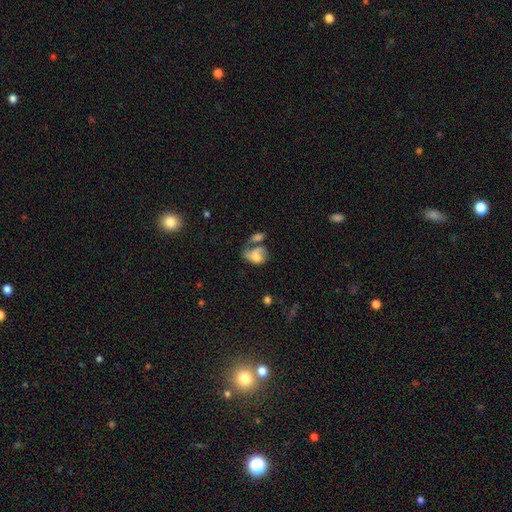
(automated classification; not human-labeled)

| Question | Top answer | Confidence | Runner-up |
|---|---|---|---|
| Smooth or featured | smooth | 51% | featured or disk (39%) |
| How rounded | in between | 73% | round (26%) |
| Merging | merger | 39% | major disturbance (24%) |